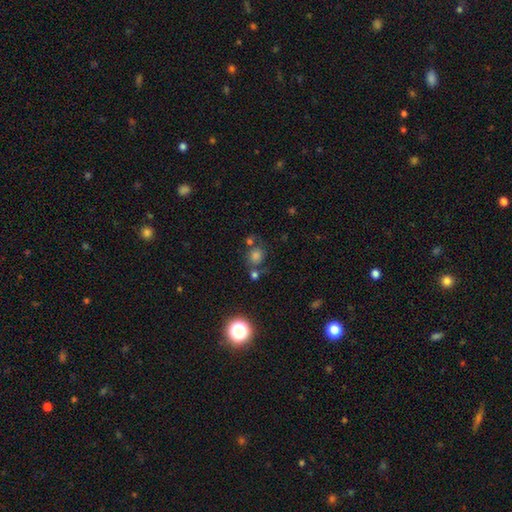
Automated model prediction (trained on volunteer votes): Smooth or featured? Predicted: smooth (p=0.66). How rounded? Predicted: round (p=0.82). Merging? Predicted: none (p=0.61).